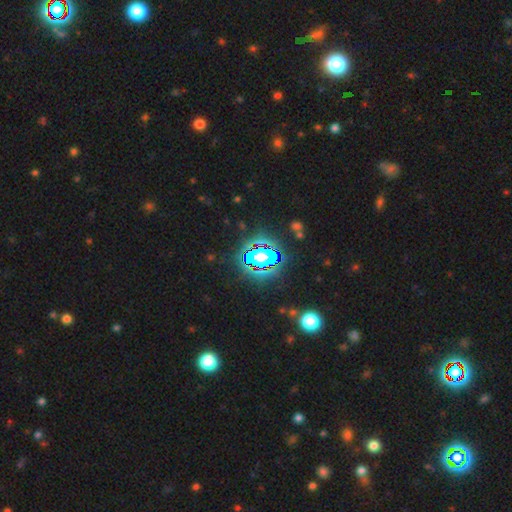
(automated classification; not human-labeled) Smooth or featured? star or artifact (65%)